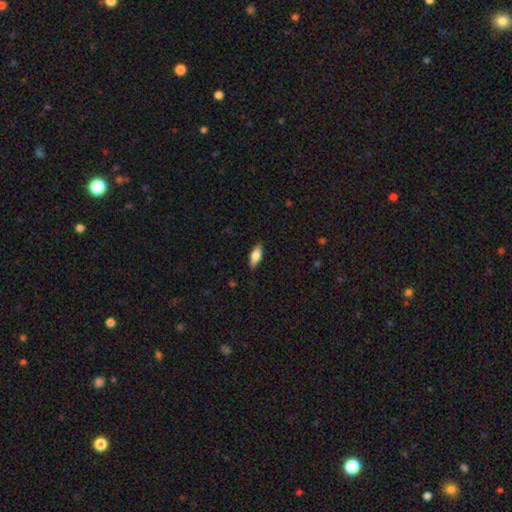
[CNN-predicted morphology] Overall: smooth (77%). How rounded: in between (77%). Merging: none (87%).